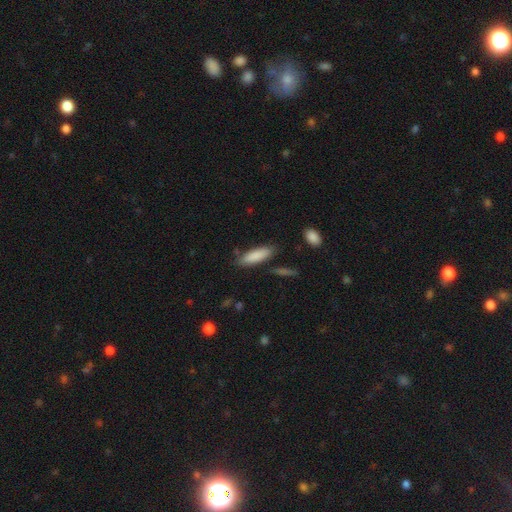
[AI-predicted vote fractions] smooth-or-featured: smooth: 86% | featured or disk: 8% | star or artifact: 6%
  how-rounded: in between: 53% | cigar-shaped: 46% | round: 2%
  merging: none: 79% | minor disturbance: 14% | merger: 4% | major disturbance: 3%